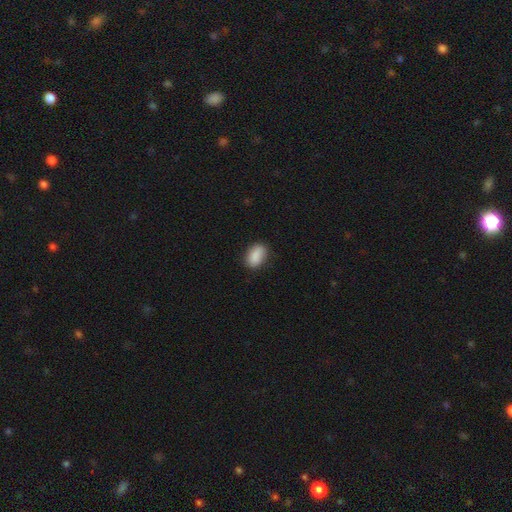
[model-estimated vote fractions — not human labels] smooth 88%, star or artifact 7%, featured or disk 4%. Down the decision tree: how rounded — in between (87%); merging — none (81%).